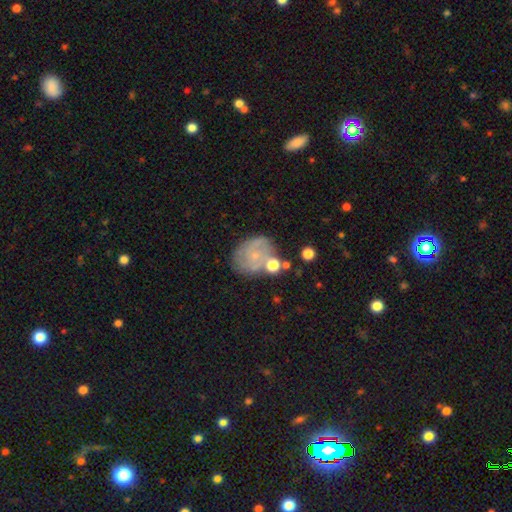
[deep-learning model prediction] Morphology: type=featured or disk (61%); edge-on=no (98%); bar=no (77%); spiral arms=yes (79%); bulge=small (75%); merging=none (57%).